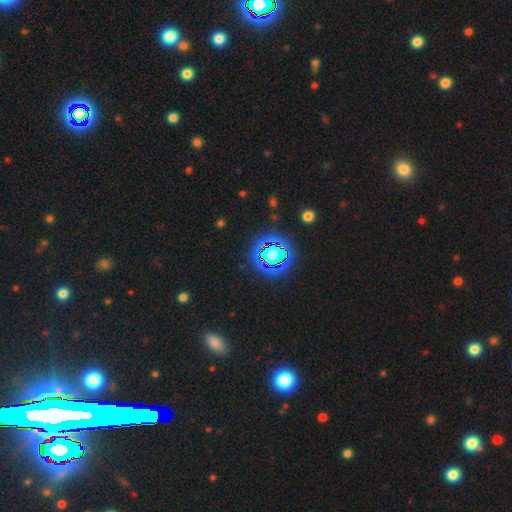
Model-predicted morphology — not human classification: Smooth or featured? Predicted: star or artifact (p=0.77).